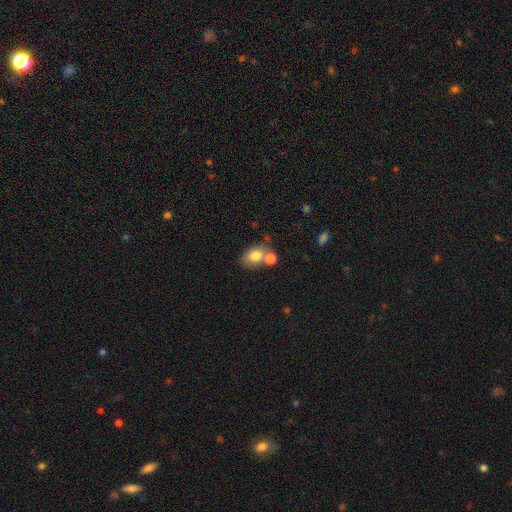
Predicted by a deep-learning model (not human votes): smooth-or-featured: smooth: 78% | featured or disk: 13% | star or artifact: 9%
  how-rounded: in between: 69% | round: 30% | cigar-shaped: 1%
  merging: none: 48% | merger: 35% | minor disturbance: 12% | major disturbance: 4%